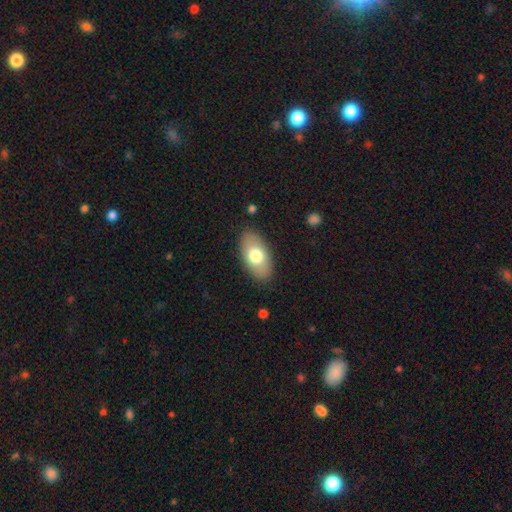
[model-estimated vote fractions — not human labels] This is likely a smooth galaxy (71%). How rounded: clearly in between (94%). Merging: clearly none (86%).